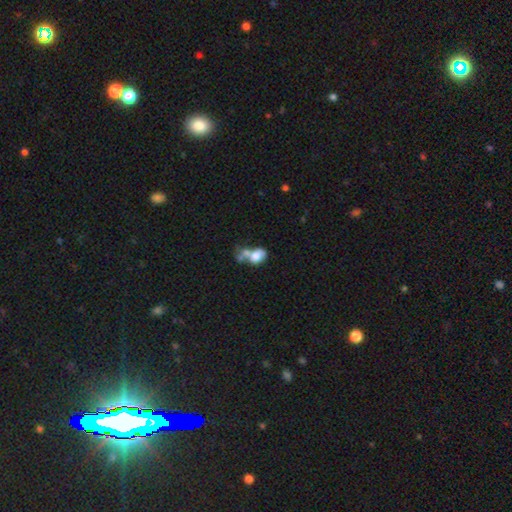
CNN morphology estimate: smooth-or-featured: smooth: 66% | featured or disk: 24% | star or artifact: 10%
  how-rounded: in between: 74% | round: 24% | cigar-shaped: 2%
  merging: merger: 59% | none: 16% | major disturbance: 14% | minor disturbance: 10%